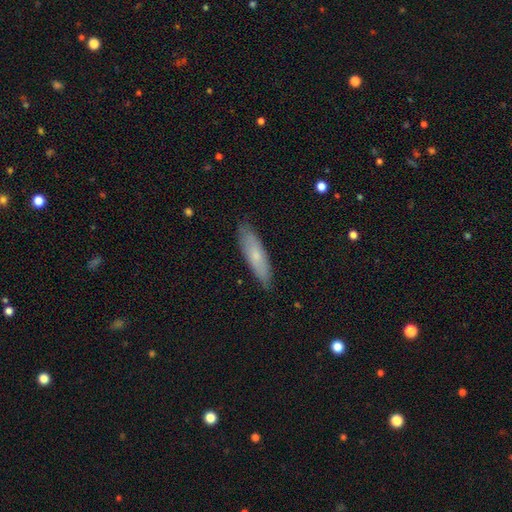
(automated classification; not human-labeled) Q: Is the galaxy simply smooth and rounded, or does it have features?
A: smooth — 66%.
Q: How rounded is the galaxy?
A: cigar-shaped — 65%.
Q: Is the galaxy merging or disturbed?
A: none — 86%.